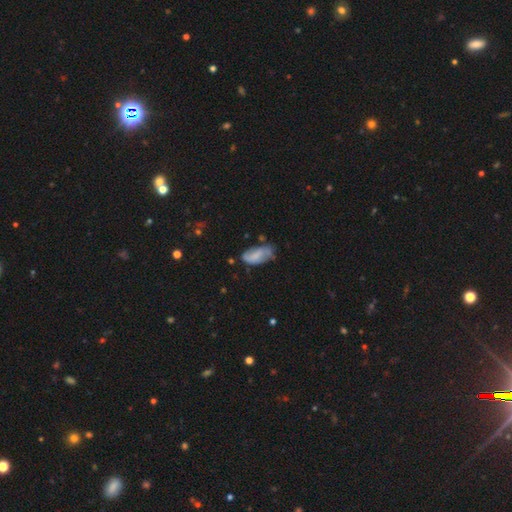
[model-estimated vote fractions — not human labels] The model was most divided on "merging": none: 49%, minor disturbance: 34%, major disturbance: 13%, merger: 4%. More confident: how rounded — in between (91%); smooth or featured — smooth (61%).